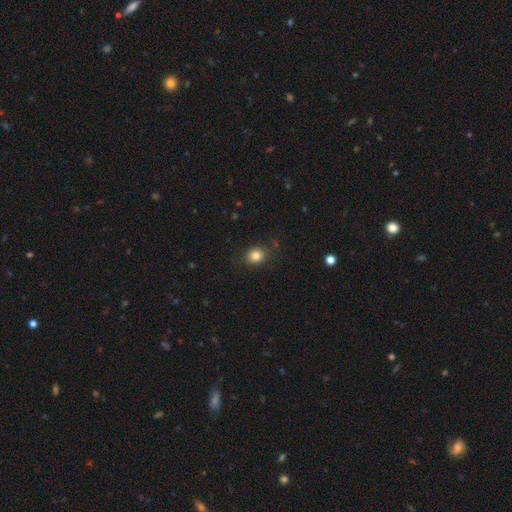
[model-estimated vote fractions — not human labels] Morphology: type=smooth (83%); roundness=round (72%); merging=none (85%).